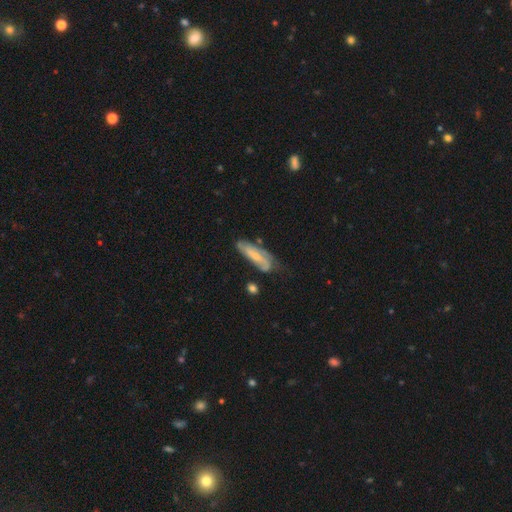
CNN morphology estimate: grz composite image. It shows a featured or disk galaxy (57%). Merging: none (52%).